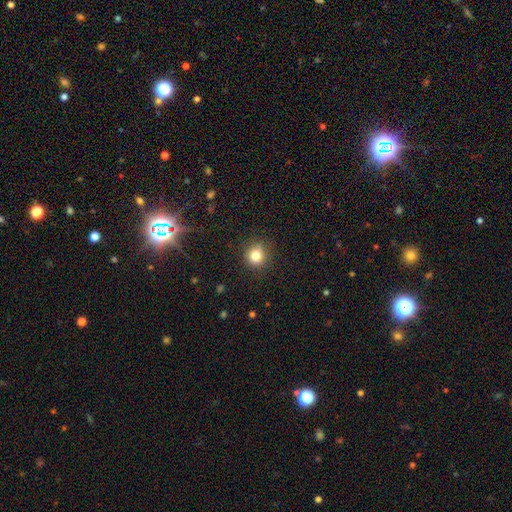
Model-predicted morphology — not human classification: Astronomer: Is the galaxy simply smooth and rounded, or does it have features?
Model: smooth — 81%.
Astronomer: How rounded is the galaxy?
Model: round — 88%.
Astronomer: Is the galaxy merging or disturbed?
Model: none — 87%.